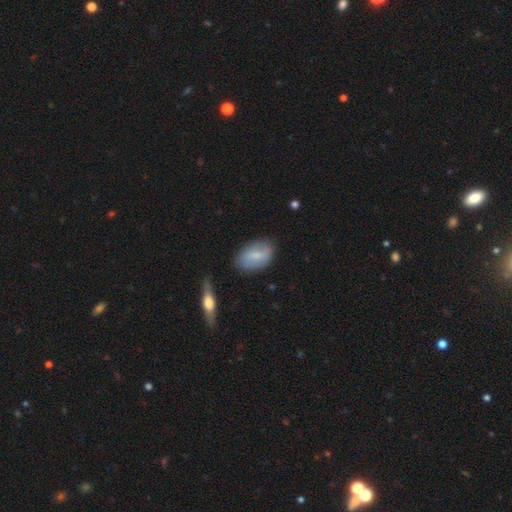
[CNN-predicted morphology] Q: Smooth or featured?
A: smooth (65%); runner-up: featured or disk (28%)
Q: How rounded?
A: in between (89%); runner-up: round (8%)
Q: Merging?
A: none (80%); runner-up: minor disturbance (15%)